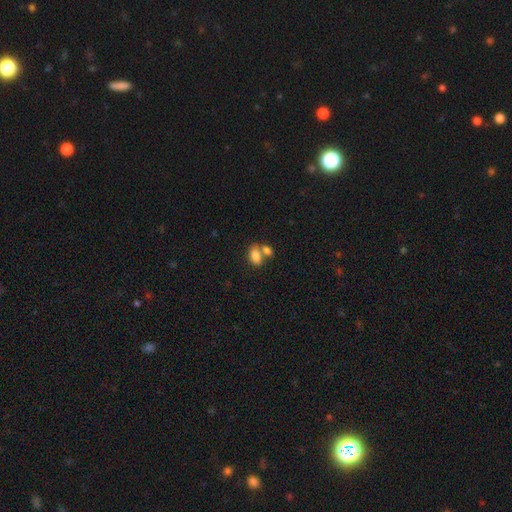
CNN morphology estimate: smooth-or-featured: smooth: 83% | featured or disk: 9% | star or artifact: 9%
  how-rounded: in between: 87% | round: 11% | cigar-shaped: 2%
  merging: merger: 51% | none: 35% | minor disturbance: 9% | major disturbance: 4%